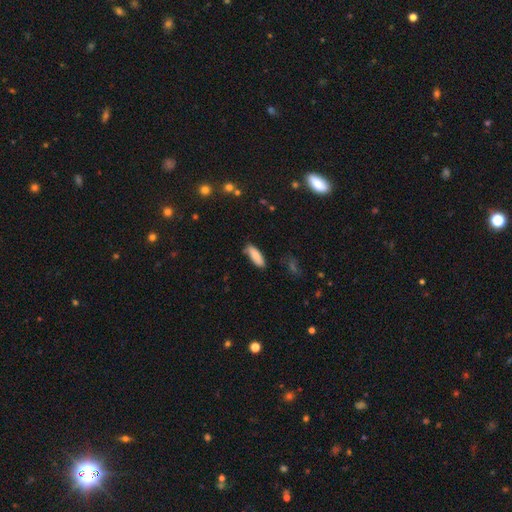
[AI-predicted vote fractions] smooth_or_featured: smooth (p=0.80) [alt: featured or disk p=0.13]
how_rounded: in between (p=0.62) [alt: cigar-shaped p=0.36]
merging: none (p=0.78) [alt: minor disturbance p=0.17]